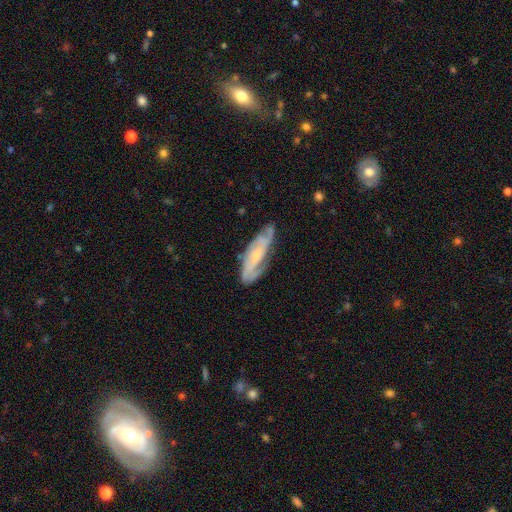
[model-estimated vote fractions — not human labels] smooth-or-featured: featured or disk: 74% | smooth: 20% | star or artifact: 6%
  disk-edge-on: no: 84% | yes: 16%
    bar: no: 61% | weak: 30% | strong: 9%
    has-spiral-arms: yes: 91% | no: 9%
      spiral-winding: tight: 45% | medium: 39% | loose: 15%
      spiral-arm-count: 2: 45% | can't tell: 29% | 3: 15% | 4: 4% | 1: 4% | more than 4: 3%
    bulge-size: small: 64% | moderate: 29% | none: 4% | large: 2% | dominant: 1%
  merging: none: 66% | minor disturbance: 24% | major disturbance: 7% | merger: 2%